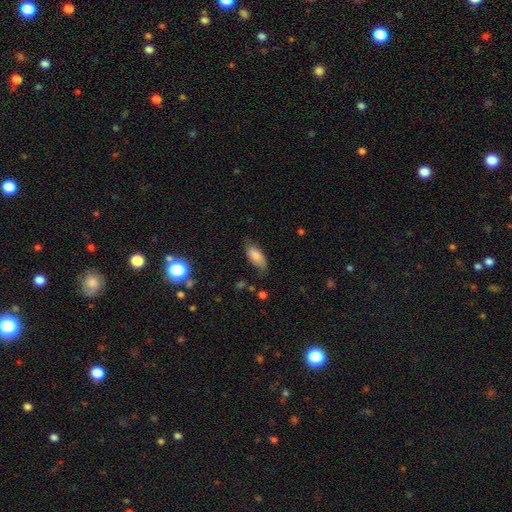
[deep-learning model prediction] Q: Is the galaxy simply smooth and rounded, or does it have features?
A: smooth — 81%.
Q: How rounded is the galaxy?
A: in between — 85%.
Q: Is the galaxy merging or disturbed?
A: none — 67%.